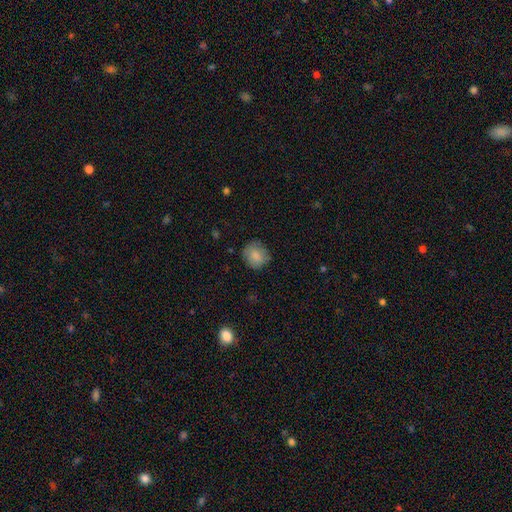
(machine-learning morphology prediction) A smooth galaxy with no disk features (82%) that is round (82%).

Vote fractions:
- Smooth or featured? smooth: 82% / featured or disk: 10% / star or artifact: 8%
- How rounded? round: 82% / in between: 17% / cigar-shaped: 1%
- Merging? none: 79% / minor disturbance: 16% / major disturbance: 4% / merger: 1%